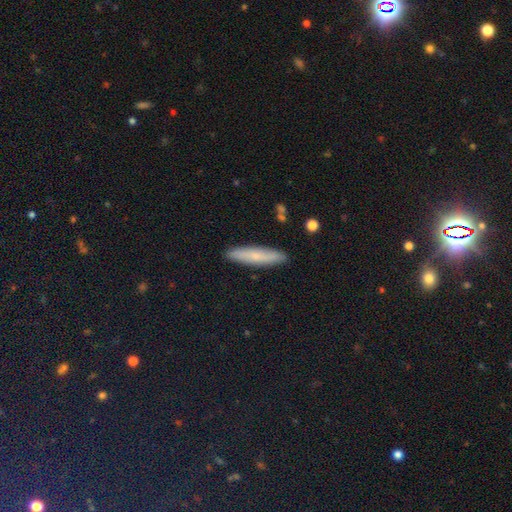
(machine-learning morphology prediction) Smooth or featured? smooth (71%)
How rounded? cigar-shaped (88%)
Merging? none (90%)